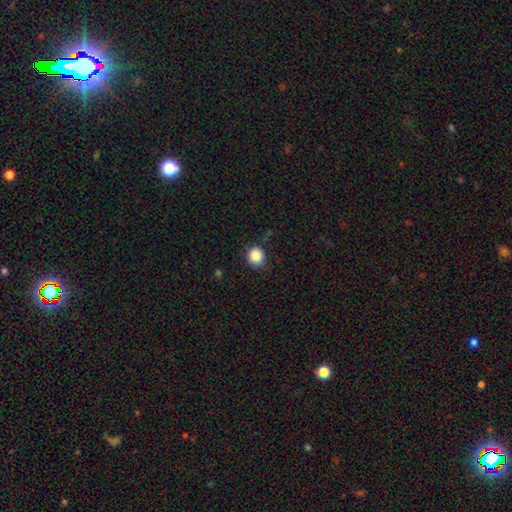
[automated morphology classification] Smooth or featured? smooth (87%)
How rounded? round (89%)
Merging? none (82%)